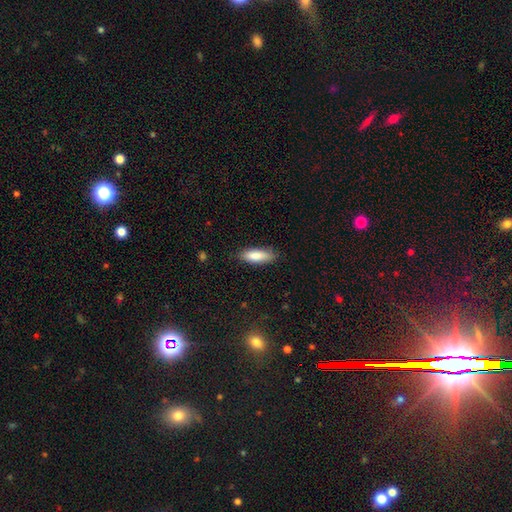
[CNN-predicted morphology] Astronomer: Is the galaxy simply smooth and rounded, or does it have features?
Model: smooth — 84%.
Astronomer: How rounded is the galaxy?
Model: in between — 60% (runner-up: cigar-shaped, 38%).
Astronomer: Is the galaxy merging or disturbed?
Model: none — 81%.